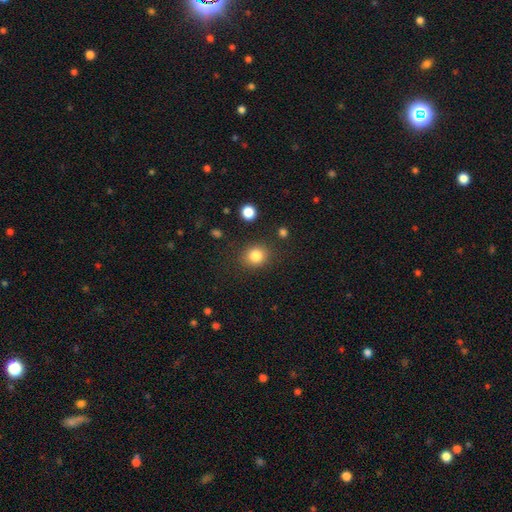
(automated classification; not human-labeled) smooth-or-featured: smooth: 84% | star or artifact: 11% | featured or disk: 6%
  how-rounded: round: 71% | in between: 28% | cigar-shaped: 1%
  merging: none: 84% | minor disturbance: 10% | major disturbance: 4% | merger: 3%